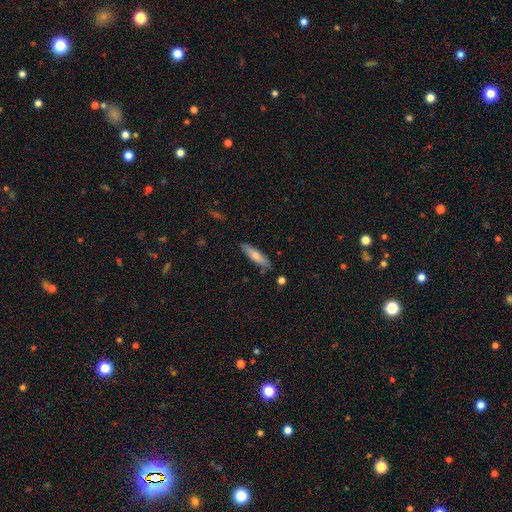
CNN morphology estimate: A smooth galaxy with no disk features (72%) that is cigar-shaped (74%). Merging: none (84%).